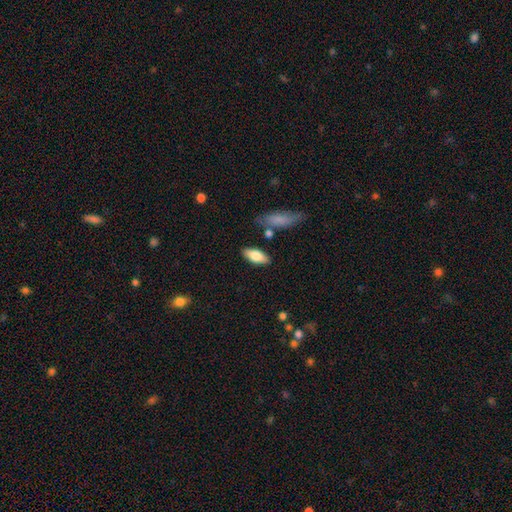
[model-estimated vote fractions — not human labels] Morphology: type=smooth (78%); roundness=in between (81%); merging=none (81%).